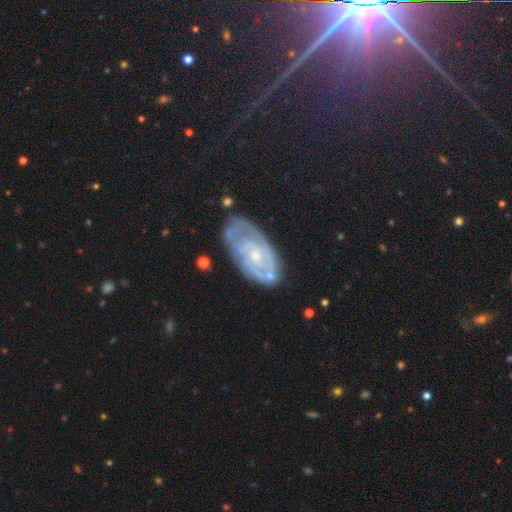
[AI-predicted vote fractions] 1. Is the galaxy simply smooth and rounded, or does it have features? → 79% featured or disk, 13% smooth, 8% star or artifact.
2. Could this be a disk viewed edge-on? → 95% no, 5% yes.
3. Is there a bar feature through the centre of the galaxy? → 67% no, 28% weak, 5% strong.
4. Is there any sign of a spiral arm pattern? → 89% yes, 11% no.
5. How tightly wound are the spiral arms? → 64% tight, 28% medium, 7% loose.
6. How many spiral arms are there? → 37% can't tell (tied), 37% 2 (tied), 12% 3, 5% 1, 5% 4, 4% more than 4.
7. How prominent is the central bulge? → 70% small, 24% moderate, 4% none, 1% large, 1% dominant.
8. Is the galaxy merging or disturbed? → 67% none, 23% minor disturbance, 8% major disturbance, 3% merger.